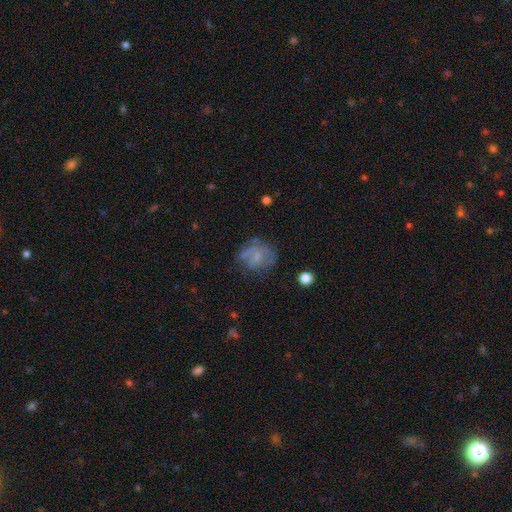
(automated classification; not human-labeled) This appears to be a featured or disk galaxy (49%). Merging: none (49%).